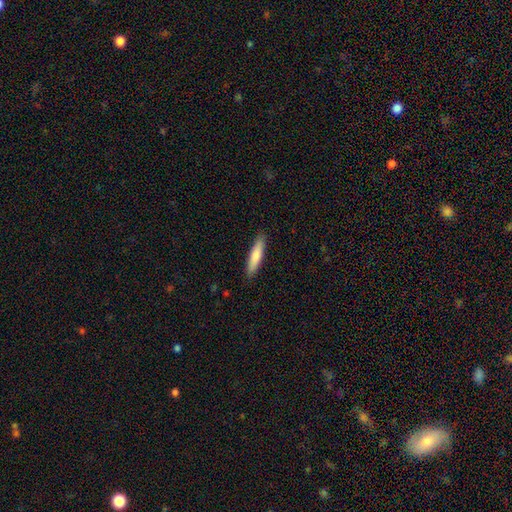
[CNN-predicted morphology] smooth_or_featured: smooth (p=0.79) [alt: featured or disk p=0.15]
how_rounded: cigar-shaped (p=0.82) [alt: in between p=0.17]
merging: none (p=0.89) [alt: minor disturbance p=0.08]